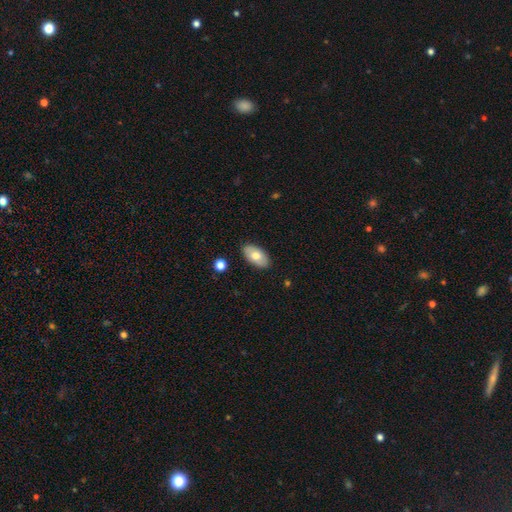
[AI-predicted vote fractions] This appears to be a smooth galaxy with no disk features (69%) that is in between round and cigar-shaped (94%). Merging: none (87%).